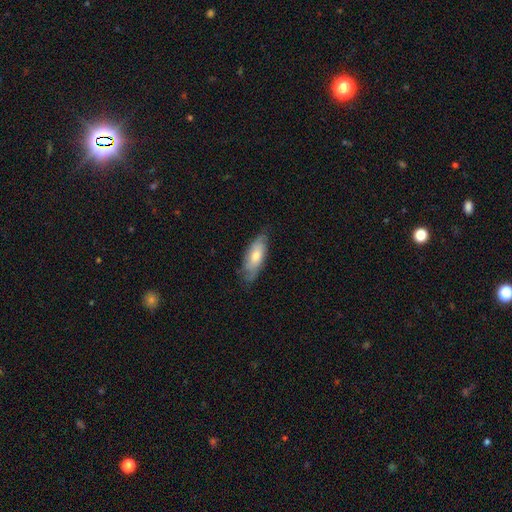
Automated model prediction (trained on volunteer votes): A smooth galaxy with no disk features (56%) that is in between round and cigar-shaped (74%).

Vote fractions:
- Smooth or featured? smooth: 56% / featured or disk: 38% / star or artifact: 6%
- How rounded? in between: 74% / cigar-shaped: 24% / round: 2%
- Merging? none: 69% / minor disturbance: 25% / major disturbance: 5% / merger: 1%